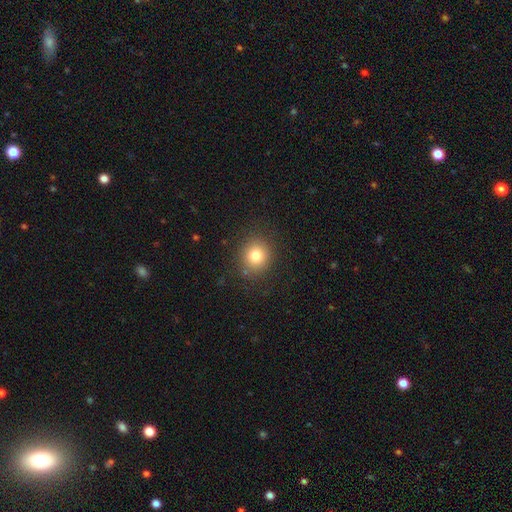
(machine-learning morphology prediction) Q: Smooth or featured?
A: smooth (79%); runner-up: star or artifact (13%)
Q: How rounded?
A: round (84%); runner-up: in between (15%)
Q: Merging?
A: none (87%); runner-up: minor disturbance (8%)